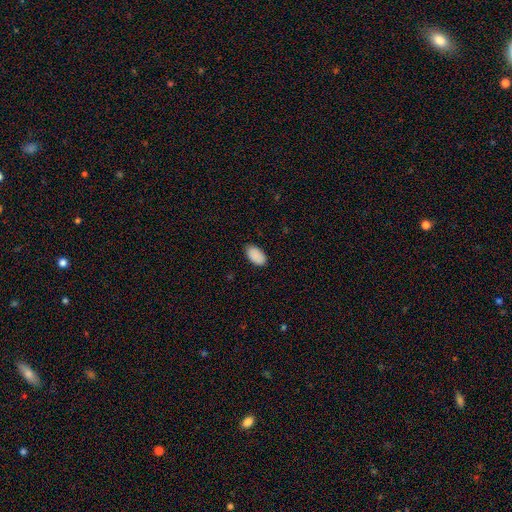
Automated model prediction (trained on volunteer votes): This appears to be a smooth galaxy with no disk features (90%) that is in between round and cigar-shaped (95%). Merging: none (85%).